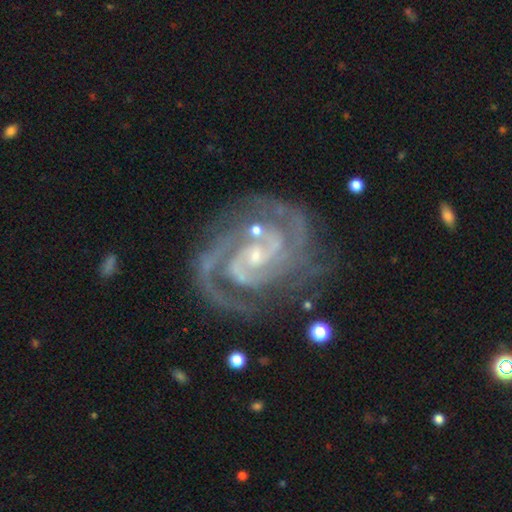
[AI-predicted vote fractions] Q: Smooth or featured?
A: featured or disk (92%); runner-up: star or artifact (5%)
Q: Edge-on disk?
A: no (98%); runner-up: yes (2%)
Q: Bar?
A: no (45%); runner-up: weak (39%)
Q: Spiral arms?
A: yes (98%); runner-up: no (2%)
Q: Spiral winding?
A: tight (63%); runner-up: medium (33%)
Q: Spiral arm count?
A: 2 (63%); runner-up: 3 (17%)
Q: Bulge size?
A: small (71%); runner-up: moderate (23%)
Q: Merging?
A: none (71%); runner-up: minor disturbance (17%)